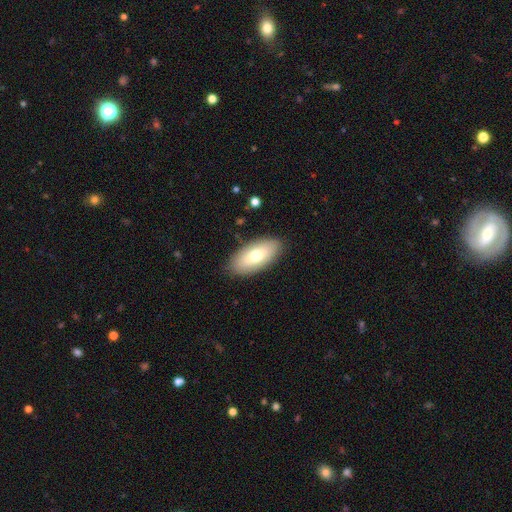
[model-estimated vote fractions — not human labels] This appears to be a smooth galaxy with no disk features (68%) that is in between round and cigar-shaped (90%). Merging: none (86%).